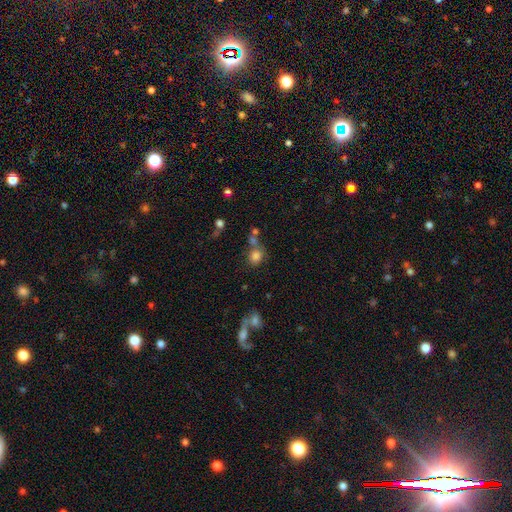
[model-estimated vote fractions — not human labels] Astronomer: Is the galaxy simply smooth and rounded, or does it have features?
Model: smooth — 79%.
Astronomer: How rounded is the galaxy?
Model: round — 71%.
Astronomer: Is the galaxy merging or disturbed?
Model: none — 57%.